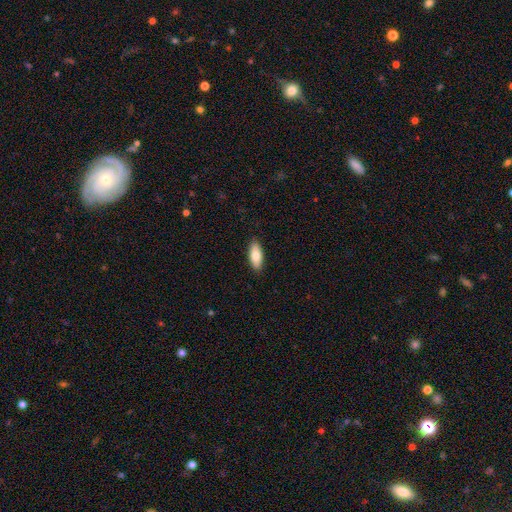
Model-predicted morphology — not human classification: Smooth or featured: smooth — 80% (featured or disk — 14%)
How rounded: in between — 82% (cigar-shaped — 16%)
Merging: none — 88% (minor disturbance — 9%)